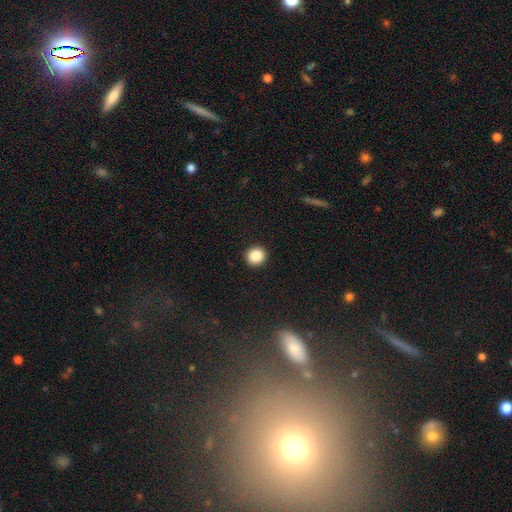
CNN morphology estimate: Smooth or featured? smooth (87%)
How rounded? round (91%)
Merging? none (92%)